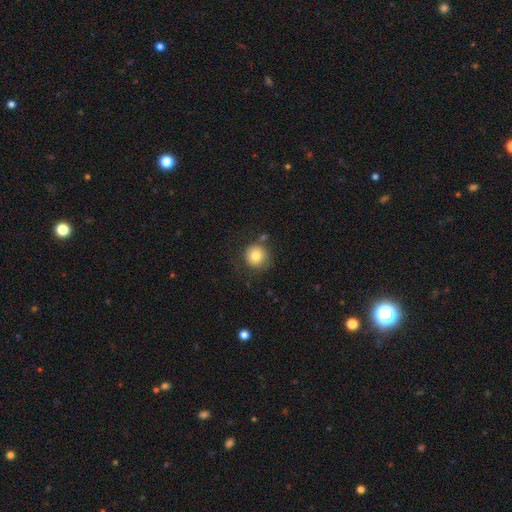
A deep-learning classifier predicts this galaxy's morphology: smooth-or-featured: smooth: 80% | featured or disk: 10% | star or artifact: 10%
  how-rounded: round: 93% | in between: 6% | cigar-shaped: 1%
  merging: none: 73% | minor disturbance: 15% | merger: 6% | major disturbance: 6%